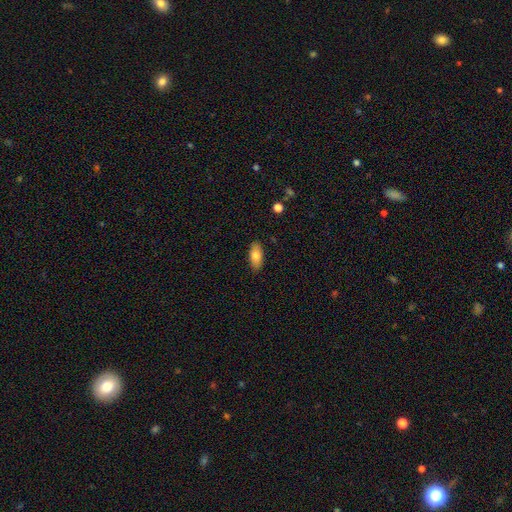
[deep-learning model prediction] smooth_or_featured: smooth (p=0.78) [alt: featured or disk p=0.15]
how_rounded: in between (p=0.89) [alt: cigar-shaped p=0.08]
merging: none (p=0.87) [alt: minor disturbance p=0.10]